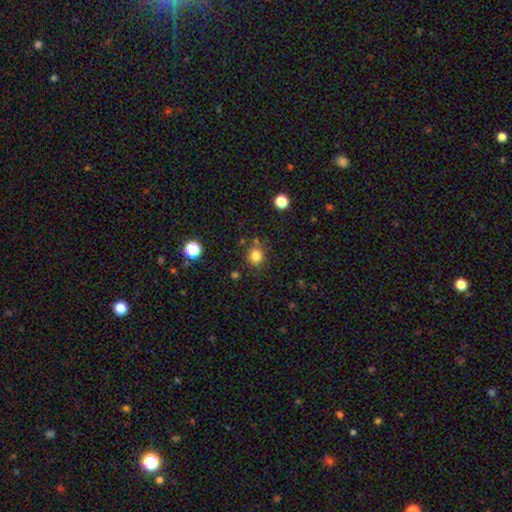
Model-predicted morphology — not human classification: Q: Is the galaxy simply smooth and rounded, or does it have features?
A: smooth — 81%.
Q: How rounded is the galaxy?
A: round — 89%.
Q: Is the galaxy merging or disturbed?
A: none — 79%.